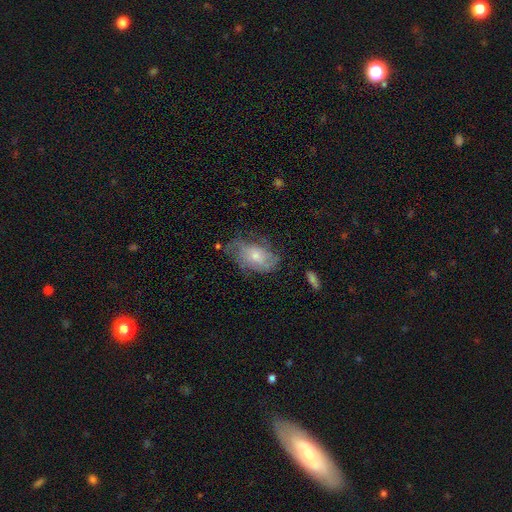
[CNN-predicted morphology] featured or disk 49%, smooth 43%, star or artifact 8%. Down the decision tree: merging — none (51%).